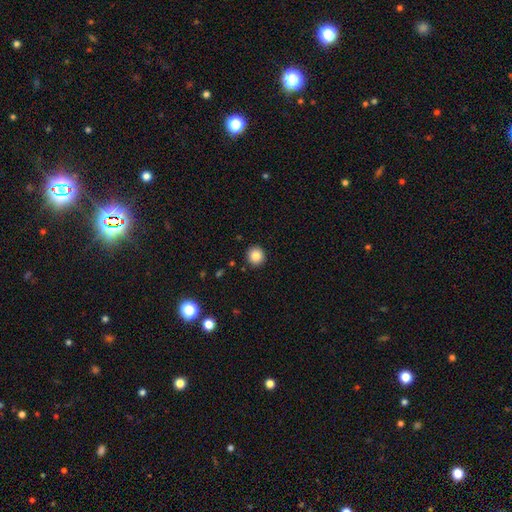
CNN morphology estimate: A smooth galaxy with no disk features (85%) that is round (93%).

Vote fractions:
- Smooth or featured? smooth: 85% / star or artifact: 10% / featured or disk: 5%
- How rounded? round: 93% / in between: 6% / cigar-shaped: 1%
- Merging? none: 92% / minor disturbance: 5% / major disturbance: 2% / merger: 1%